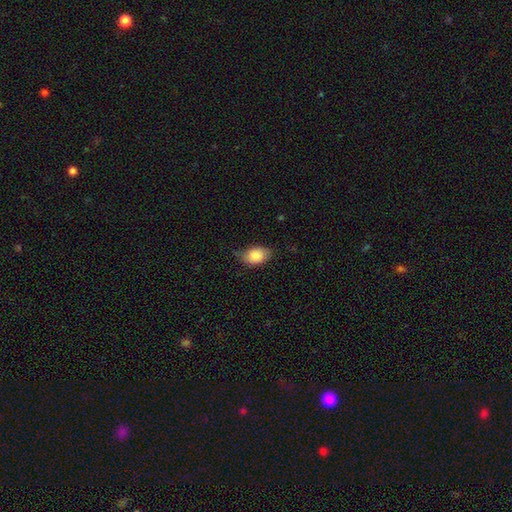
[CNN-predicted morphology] Smooth or featured? smooth (85%)
How rounded? in between (83%)
Merging? none (60%)